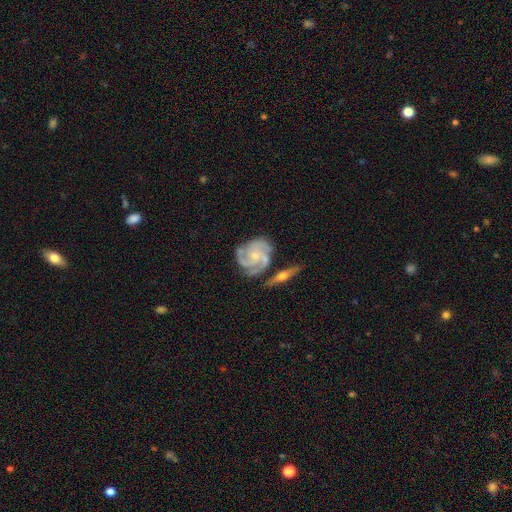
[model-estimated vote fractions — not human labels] This appears to be a featured or disk galaxy (89%) with no bar (75%), 3 (60%) tight (59%) spiral arms (98%) and a small central bulge (68%). Merging: none (62%).